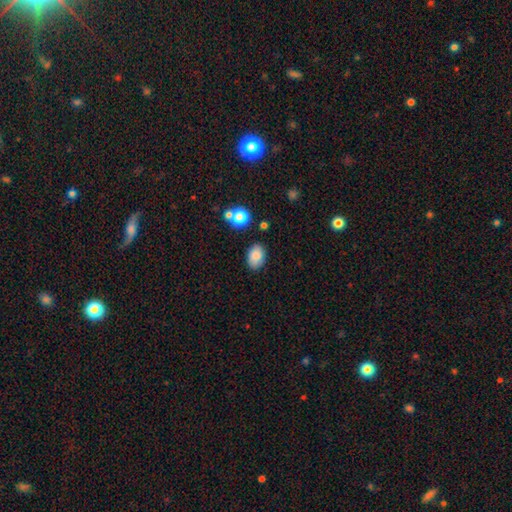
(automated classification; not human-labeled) smooth 82%, star or artifact 9%, featured or disk 9%. Down the decision tree: how rounded — in between (82%); merging — none (80%).